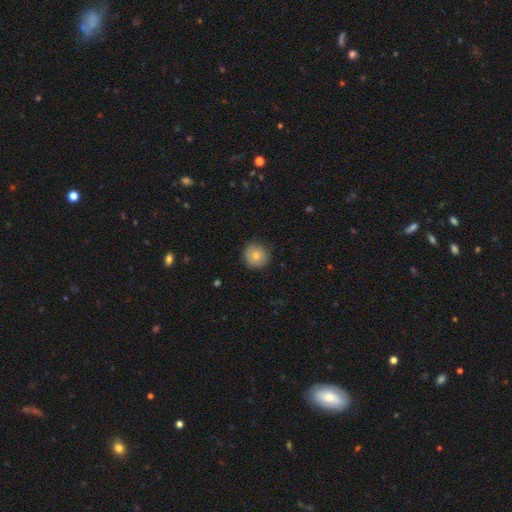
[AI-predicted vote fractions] Overall: smooth (73%). How rounded: round (91%). Merging: none (82%).